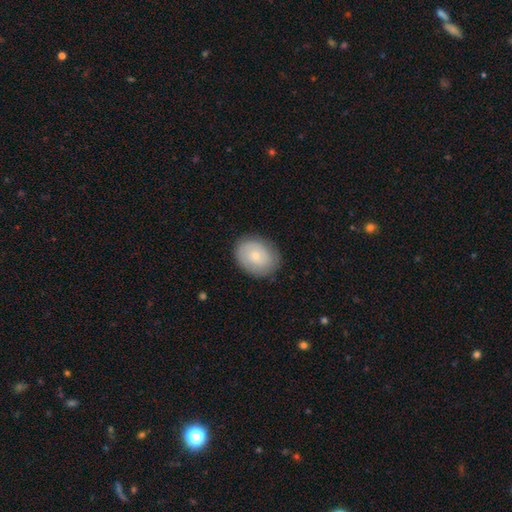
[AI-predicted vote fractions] Morphology: type=smooth (68%); roundness=in between (54%); merging=none (82%).